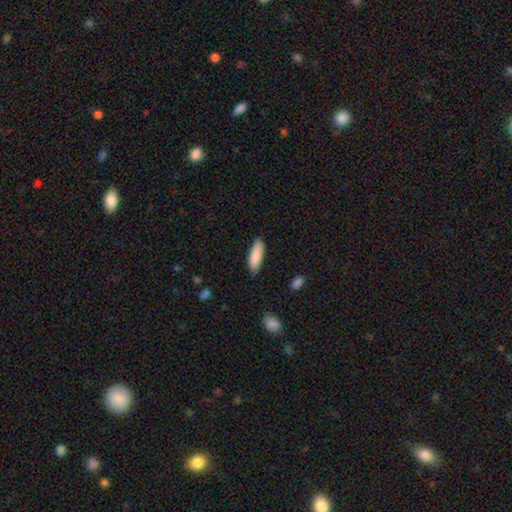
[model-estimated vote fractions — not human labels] smooth 88%, star or artifact 6%, featured or disk 6%. Down the decision tree: how rounded — in between (54%); merging — none (84%).